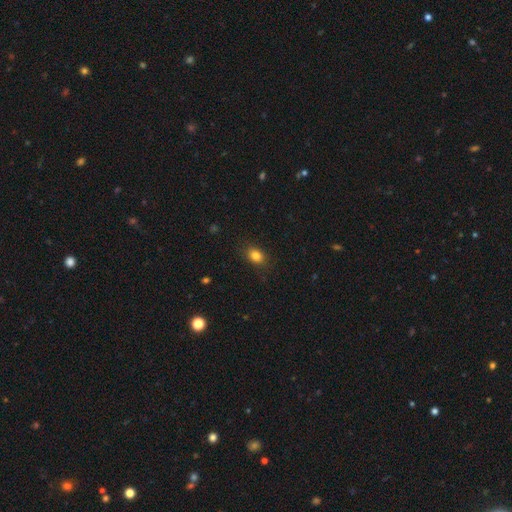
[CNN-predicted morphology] Smooth or featured?
  - smooth: 83% *
  - star or artifact: 11%
  - featured or disk: 6%
How rounded?
  - in between: 68% *
  - round: 31%
  - cigar-shaped: 2%
Merging?
  - none: 85% *
  - minor disturbance: 11%
  - major disturbance: 3%
  - merger: 1%